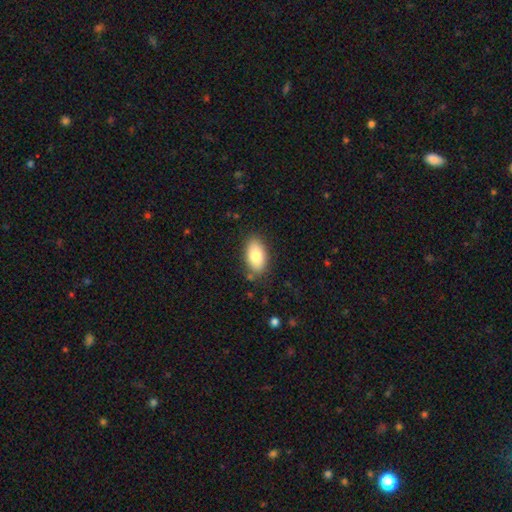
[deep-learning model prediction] This appears to be a smooth galaxy with no disk features (82%) that is in between round and cigar-shaped (93%). Merging: none (83%).